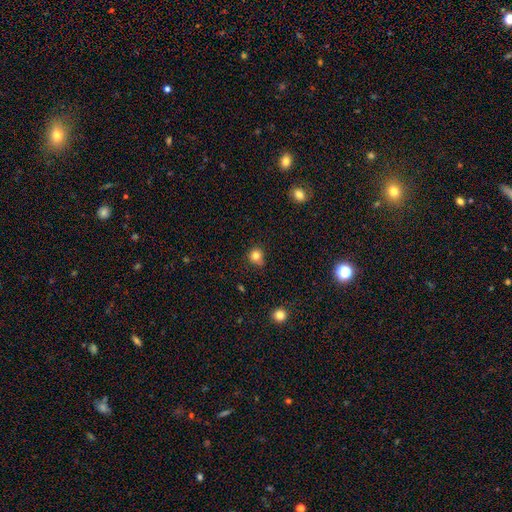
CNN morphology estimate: Smooth or featured? Predicted: smooth (p=0.81). How rounded? Predicted: round (p=0.86). Merging? Predicted: none (p=0.68).